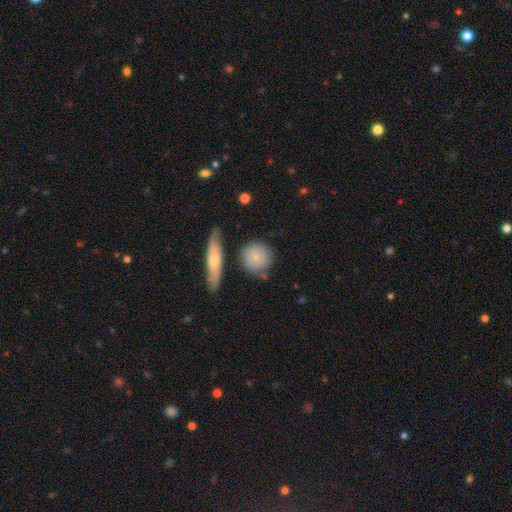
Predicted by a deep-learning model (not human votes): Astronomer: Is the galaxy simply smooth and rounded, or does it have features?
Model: smooth — 79%.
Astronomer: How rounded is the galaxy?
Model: round — 81%.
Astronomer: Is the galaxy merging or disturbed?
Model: none — 68%.